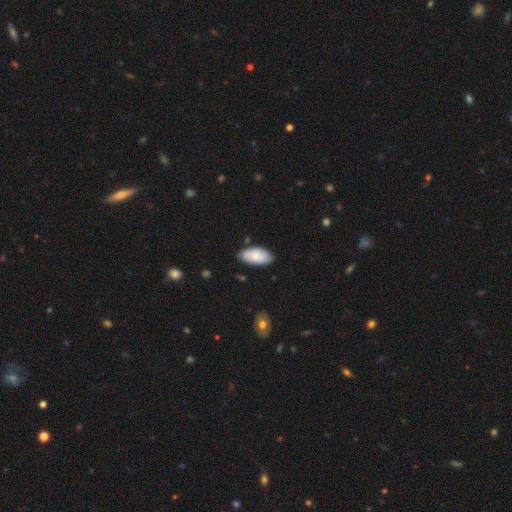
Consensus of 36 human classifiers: Q: Smooth or featured?
A: smooth (78%); runner-up: featured or disk (22%)
Q: How rounded?
A: in between (93%); runner-up: round (4%)
Q: Merging?
A: none (89%); runner-up: minor disturbance (11%)